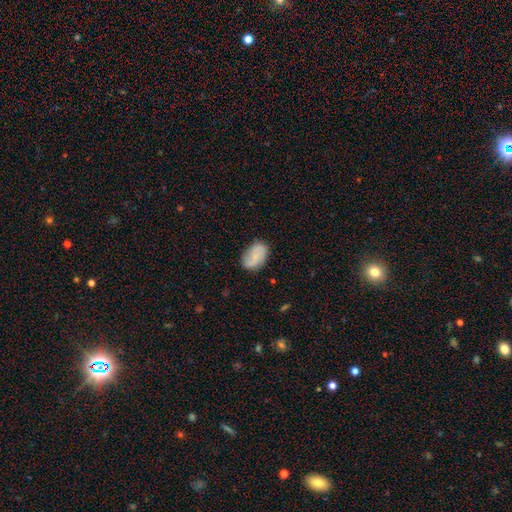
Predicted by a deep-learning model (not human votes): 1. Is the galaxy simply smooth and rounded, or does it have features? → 58% smooth, 34% featured or disk, 8% star or artifact.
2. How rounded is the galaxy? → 88% in between, 11% round, 2% cigar-shaped.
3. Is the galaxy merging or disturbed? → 73% none, 20% minor disturbance, 5% major disturbance, 2% merger.